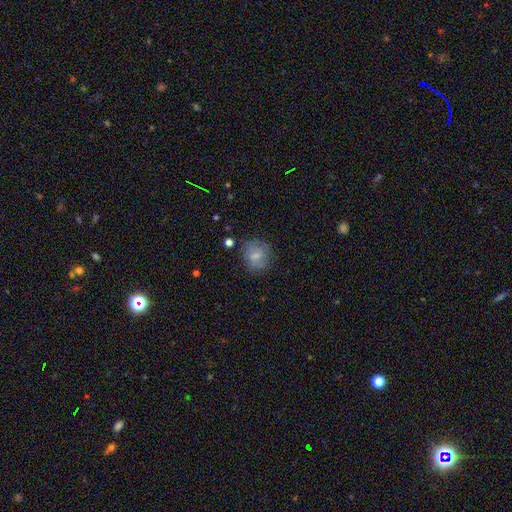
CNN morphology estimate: smooth 66%, featured or disk 24%, star or artifact 10%. Down the decision tree: how rounded — round (72%); merging — none (70%).